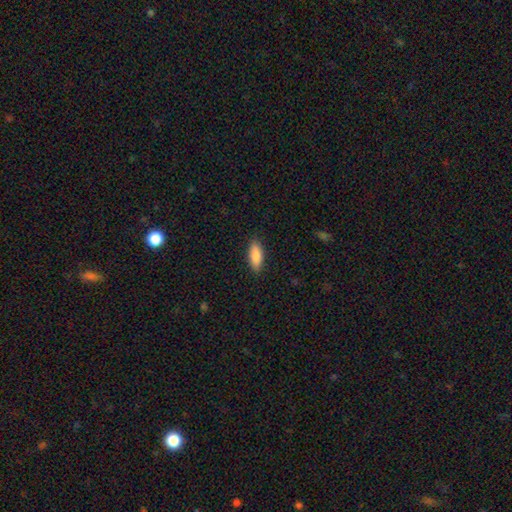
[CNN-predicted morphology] smooth_or_featured: smooth (p=0.88) [alt: featured or disk p=0.06]
how_rounded: in between (p=0.71) [alt: cigar-shaped p=0.27]
merging: none (p=0.88) [alt: minor disturbance p=0.09]